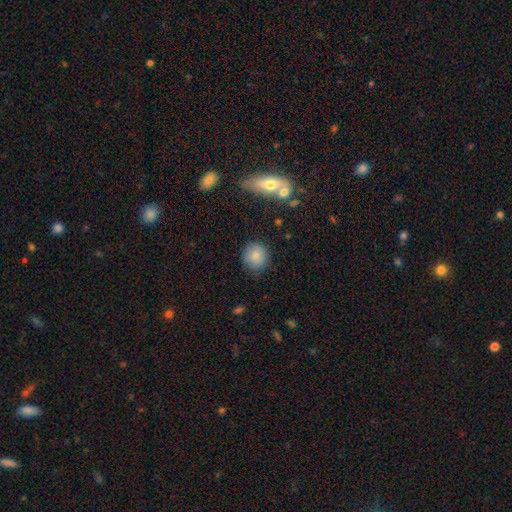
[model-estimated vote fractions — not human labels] Smooth or featured? smooth (83%)
How rounded? round (87%)
Merging? none (82%)